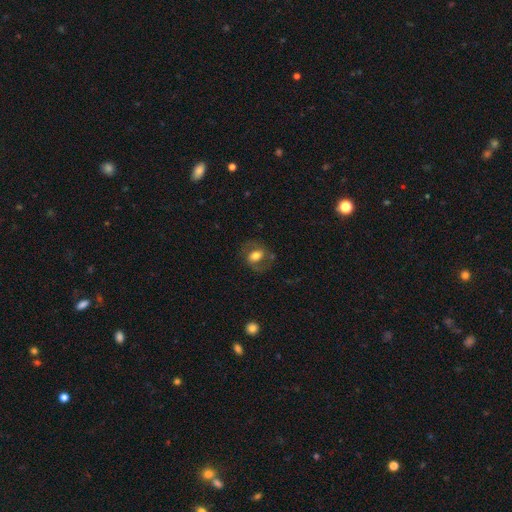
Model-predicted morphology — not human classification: This is possibly a smooth galaxy (53%). How rounded: likely in between (64%). Merging: likely none (68%).